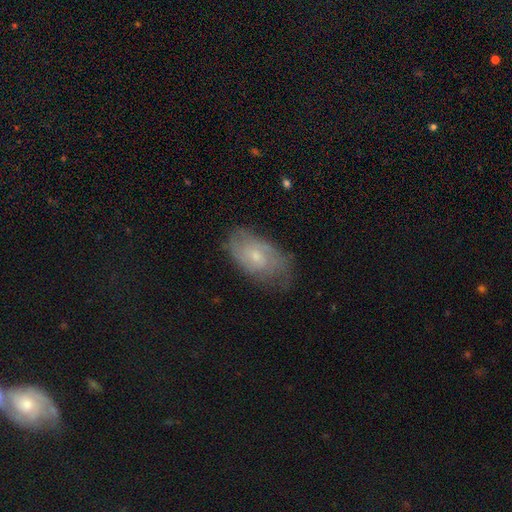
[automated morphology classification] type=featured or disk (56%); edge-on=no (94%); bar=no (66%); spiral arms=yes (77%); bulge=small (59%); merging=none (62%).